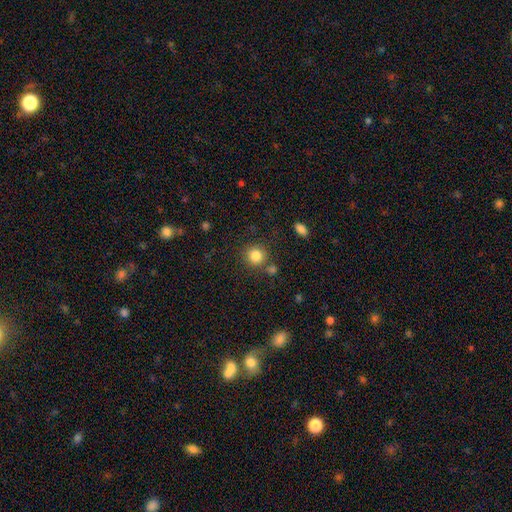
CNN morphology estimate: This appears to be a smooth galaxy with no disk features (84%) that is round (91%). Merging: none (79%).